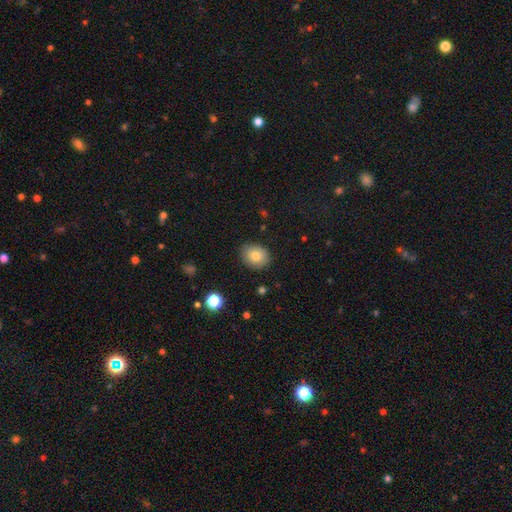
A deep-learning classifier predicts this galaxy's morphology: type=smooth (78%); roundness=round (57%); merging=none (84%).